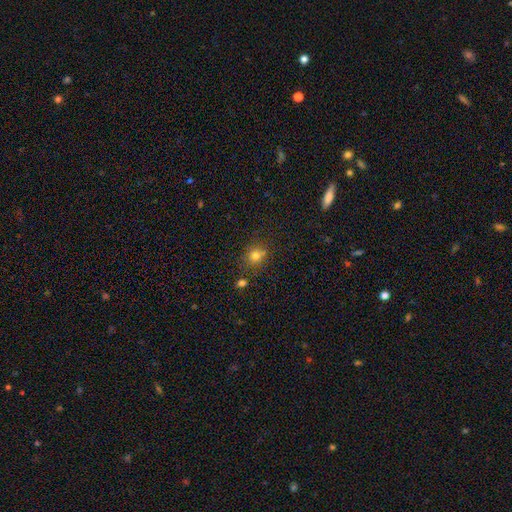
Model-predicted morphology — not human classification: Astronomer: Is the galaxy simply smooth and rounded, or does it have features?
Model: smooth — 75%.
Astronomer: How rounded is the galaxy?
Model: round — 80%.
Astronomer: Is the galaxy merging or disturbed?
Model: none — 72%.